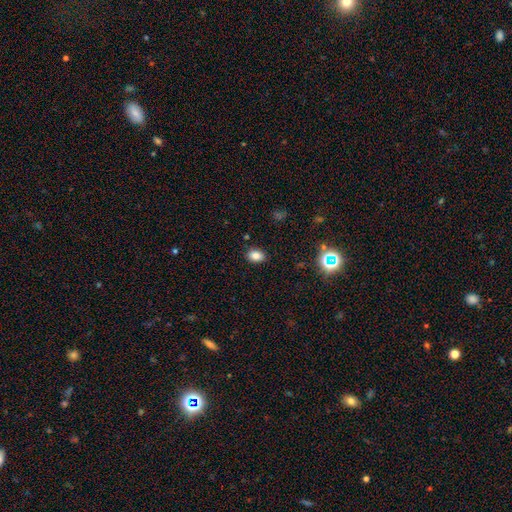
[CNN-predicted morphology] This is clearly a smooth galaxy (82%). How rounded: likely in between (77%). Merging: clearly none (87%).